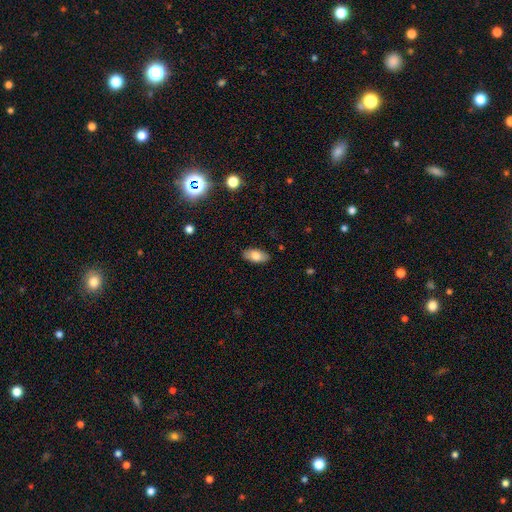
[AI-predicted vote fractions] Q: Smooth or featured?
A: smooth (76%); runner-up: featured or disk (17%)
Q: How rounded?
A: in between (92%); runner-up: cigar-shaped (6%)
Q: Merging?
A: none (87%); runner-up: minor disturbance (10%)